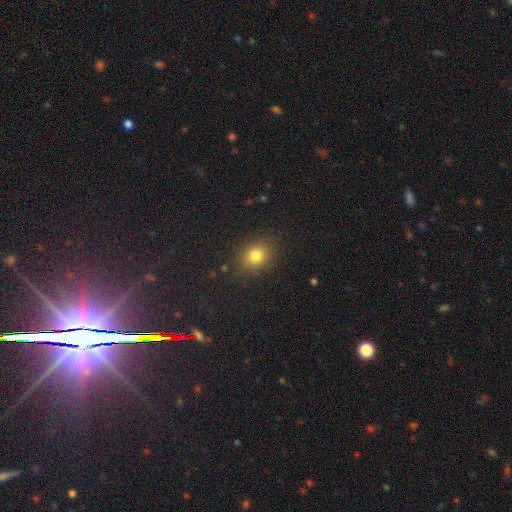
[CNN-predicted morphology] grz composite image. It shows a smooth galaxy with no disk features (79%) that is round (59%). Merging: none (86%).